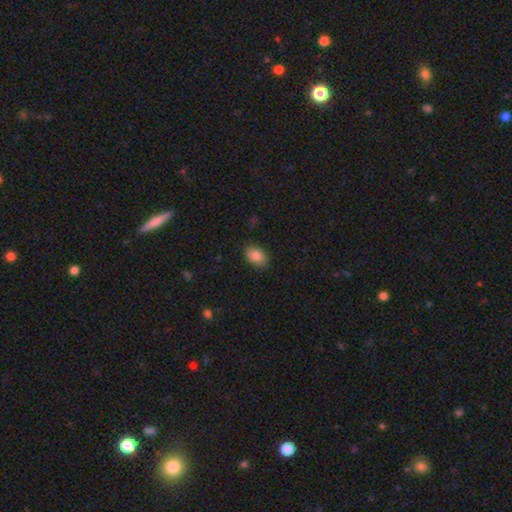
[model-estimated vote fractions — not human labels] smooth 85%, star or artifact 8%, featured or disk 7%. Down the decision tree: how rounded — in between (83%); merging — none (85%).